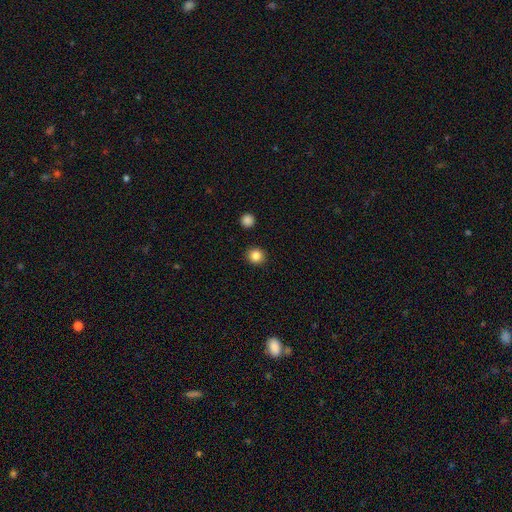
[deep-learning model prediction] Smooth or featured: smooth — 85% (star or artifact — 11%)
How rounded: round — 91% (in between — 8%)
Merging: none — 92% (minor disturbance — 5%)